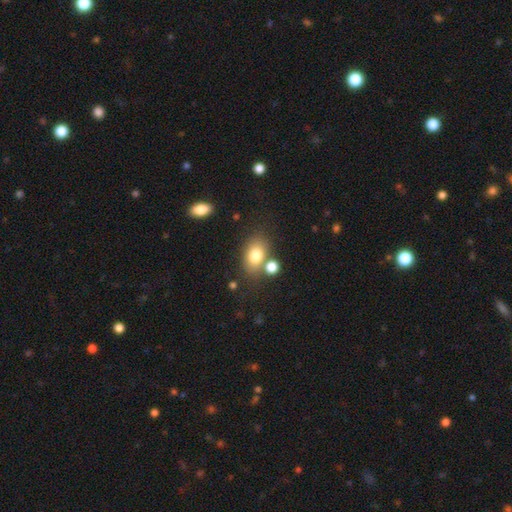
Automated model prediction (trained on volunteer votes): The model was most divided on "merging": none: 63%, merger: 19%, minor disturbance: 13%, major disturbance: 5%. More confident: smooth or featured — smooth (78%); how rounded — in between (76%).